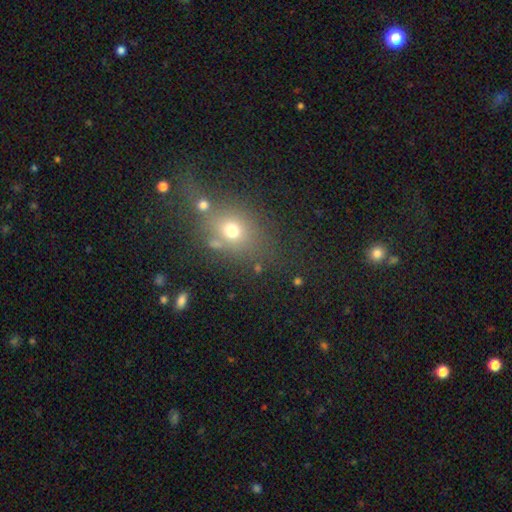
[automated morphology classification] This appears to be a smooth galaxy with no disk features (54%) that is round (61%). Merging: none (60%).